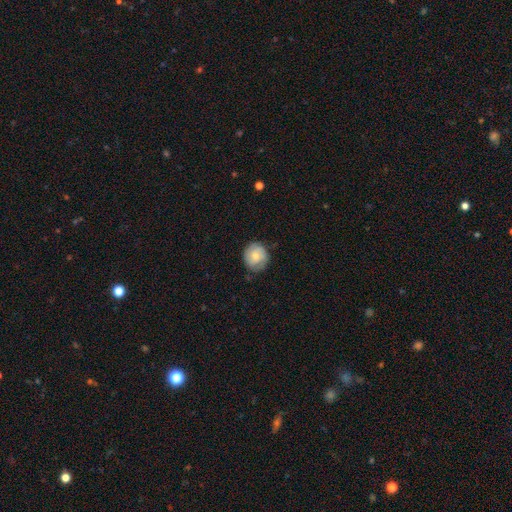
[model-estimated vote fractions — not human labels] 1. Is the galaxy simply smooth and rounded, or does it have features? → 59% smooth, 34% featured or disk, 7% star or artifact.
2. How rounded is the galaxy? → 81% round, 18% in between, 1% cigar-shaped.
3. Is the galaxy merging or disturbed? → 72% none, 22% minor disturbance, 5% major disturbance, 1% merger.